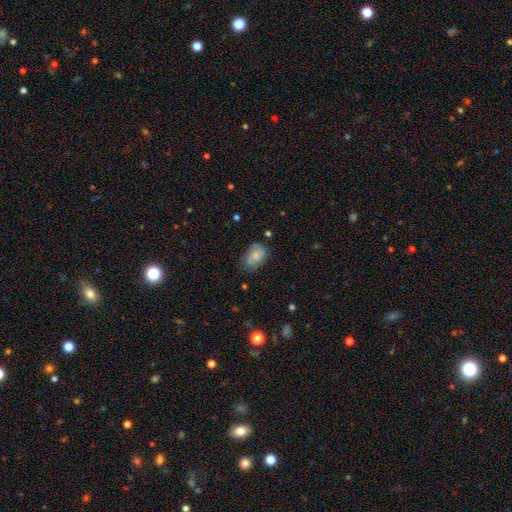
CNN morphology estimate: Smooth or featured: smooth — 75% (featured or disk — 17%)
How rounded: in between — 85% (round — 14%)
Merging: none — 59% (minor disturbance — 29%)